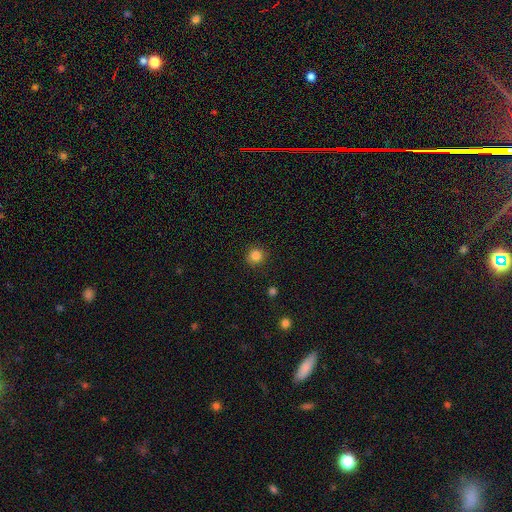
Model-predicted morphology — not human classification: type=smooth (84%); roundness=round (93%); merging=none (88%).